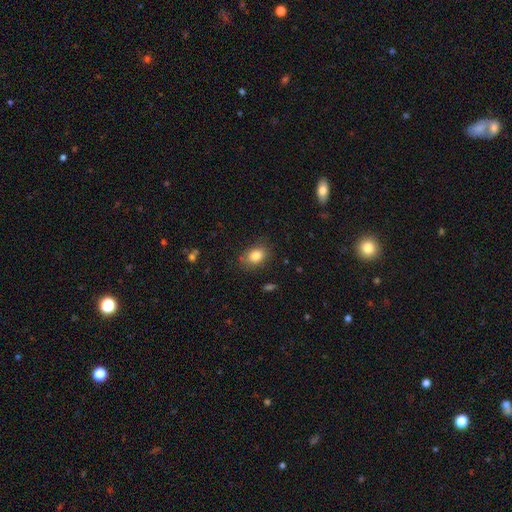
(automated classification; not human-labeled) A smooth galaxy with no disk features (84%) that is in between round and cigar-shaped (68%). Merging: none (79%).